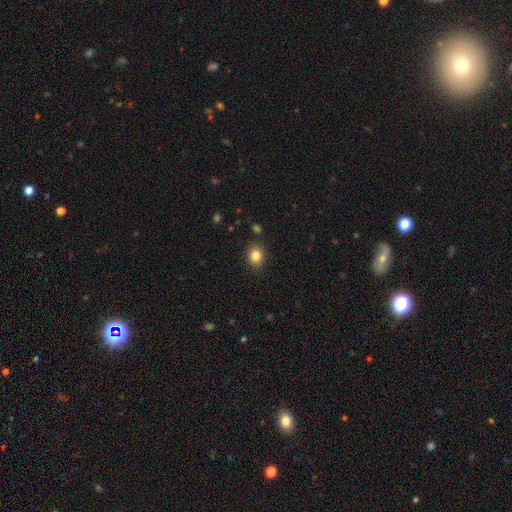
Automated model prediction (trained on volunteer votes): Overall: smooth (84%). How rounded: round (60%; in between 39%). Merging: none (88%).